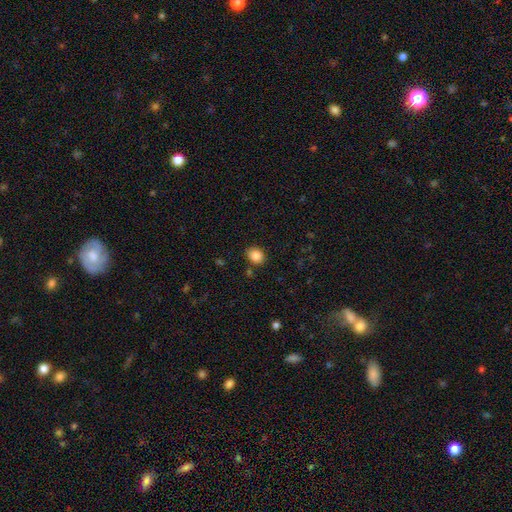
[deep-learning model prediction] A smooth galaxy with no disk features (87%) that is round (56%). Merging: none (84%).